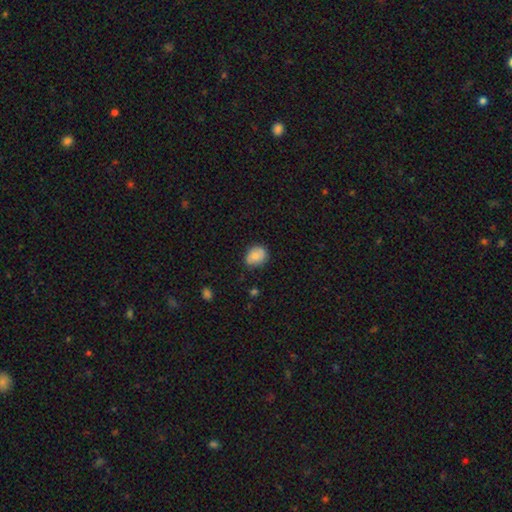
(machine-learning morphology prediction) Smooth or featured? smooth (78%)
How rounded? round (52%)
Merging? none (74%)